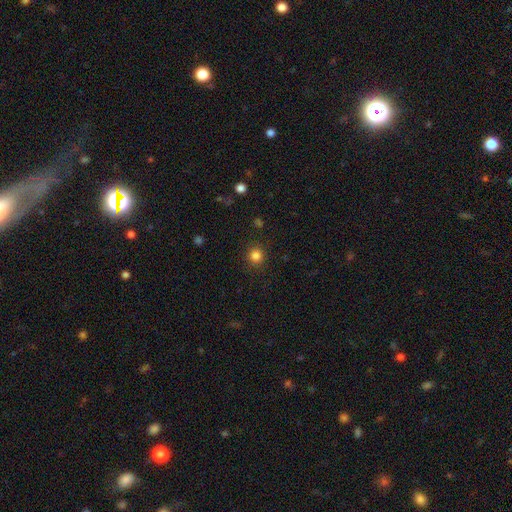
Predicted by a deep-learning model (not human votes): Smooth or featured? Predicted: smooth (p=0.83). How rounded? Predicted: round (p=0.93). Merging? Predicted: none (p=0.90).